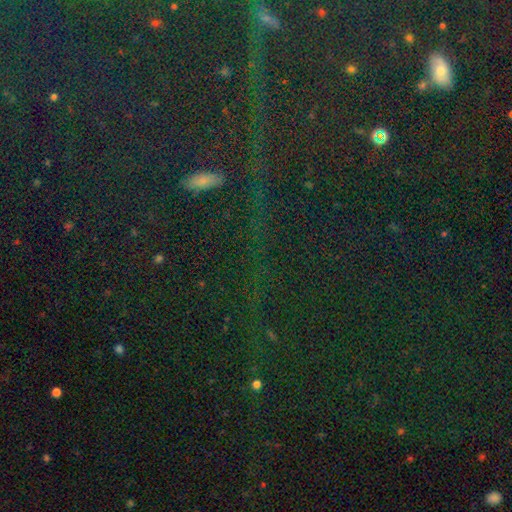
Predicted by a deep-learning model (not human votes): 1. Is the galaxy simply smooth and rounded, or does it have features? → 76% star or artifact, 14% smooth, 9% featured or disk.